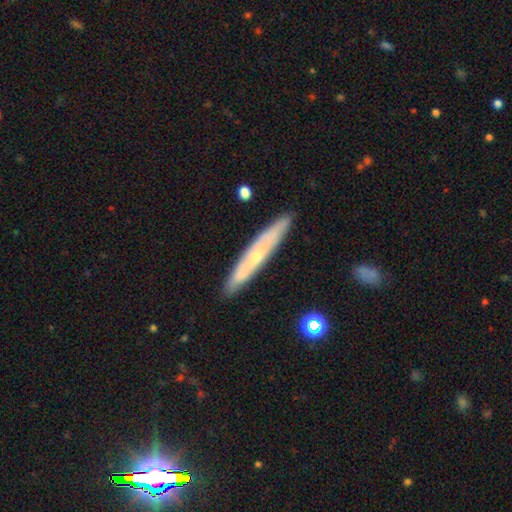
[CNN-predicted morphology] Smooth or featured? Predicted: featured or disk (p=0.53). Edge-on disk? Predicted: yes (p=0.78). Merging? Predicted: none (p=0.86).